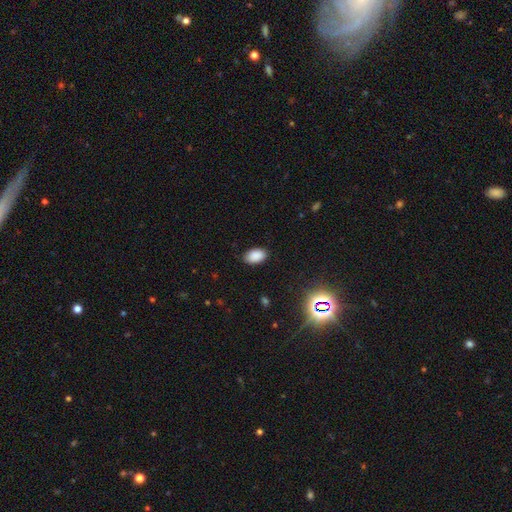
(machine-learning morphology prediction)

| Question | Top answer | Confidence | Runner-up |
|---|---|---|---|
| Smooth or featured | smooth | 86% | star or artifact (10%) |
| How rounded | in between | 92% | round (7%) |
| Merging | none | 86% | minor disturbance (11%) |